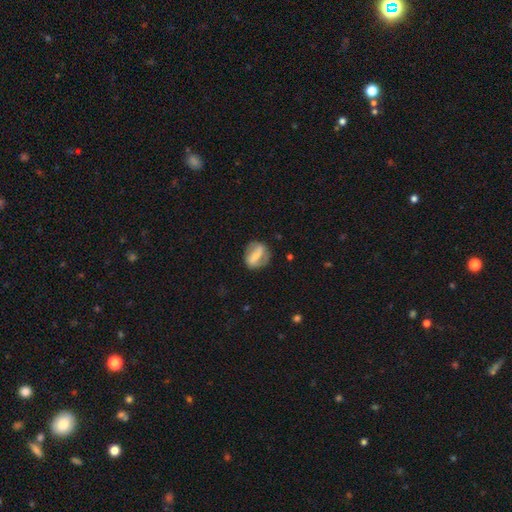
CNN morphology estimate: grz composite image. It shows a featured or disk galaxy (57%) with a strong bar (62%), spiral arms (60%) and a small central bulge (47%). Merging: none (72%).